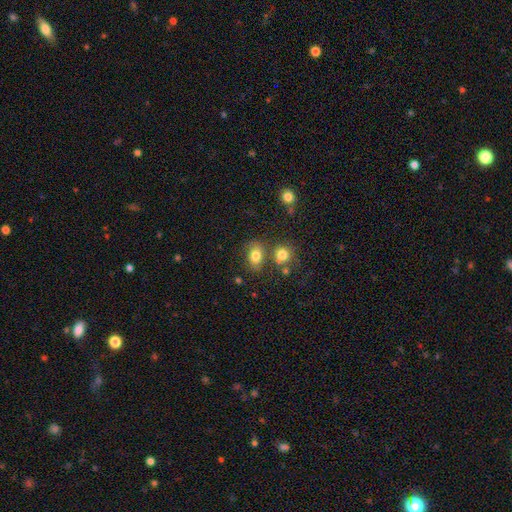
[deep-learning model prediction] This appears to be a smooth galaxy with no disk features (79%) that is in between round and cigar-shaped (72%). Merging: none (67%).